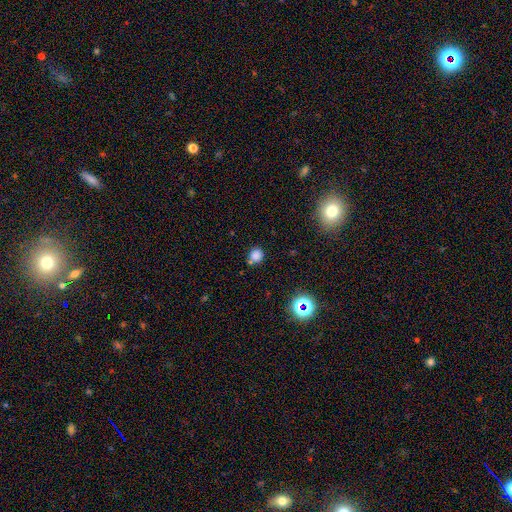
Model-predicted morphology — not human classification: Smooth or featured? smooth (78%)
How rounded? round (84%)
Merging? none (73%)